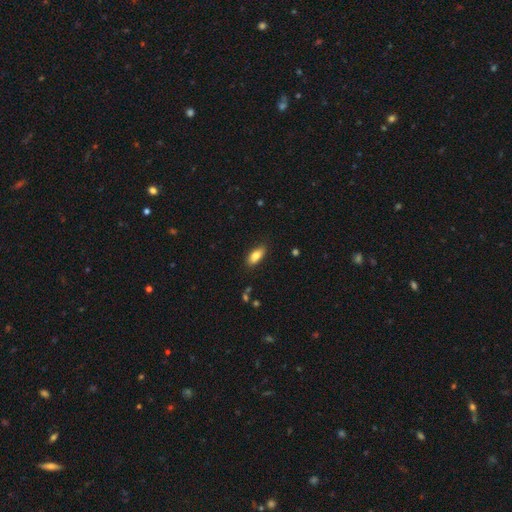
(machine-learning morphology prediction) Overall: smooth (80%). How rounded: in between (85%). Merging: none (84%).